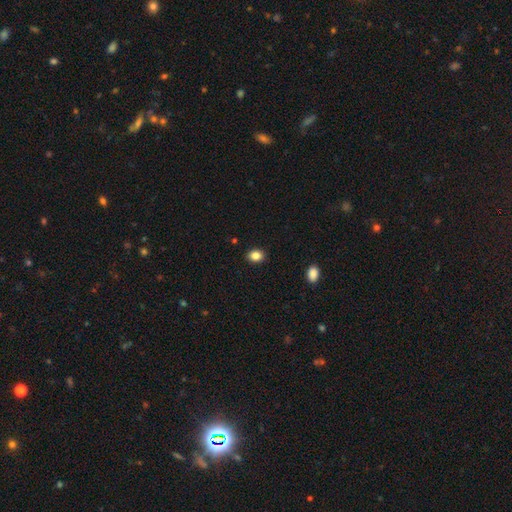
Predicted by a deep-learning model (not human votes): Q: Smooth or featured?
A: smooth (85%); runner-up: star or artifact (10%)
Q: How rounded?
A: in between (63%); runner-up: round (36%)
Q: Merging?
A: none (89%); runner-up: minor disturbance (8%)